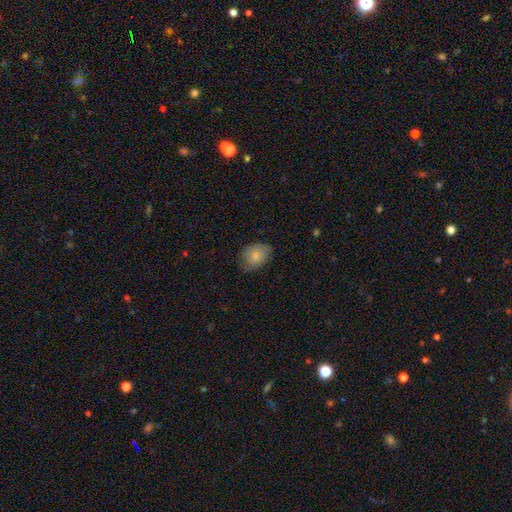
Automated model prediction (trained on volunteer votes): This appears to be a smooth galaxy with no disk features (76%) that is in between round and cigar-shaped (65%). Merging: none (63%).